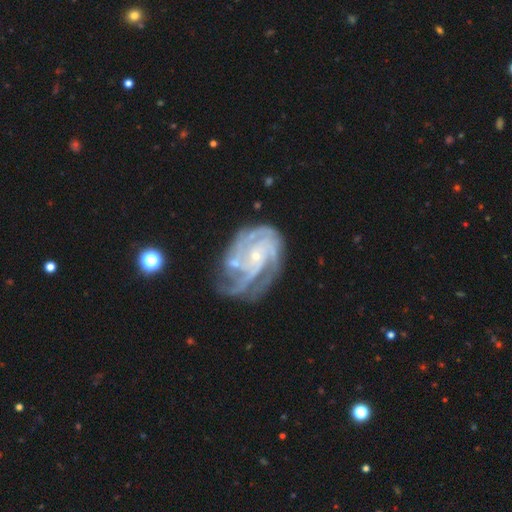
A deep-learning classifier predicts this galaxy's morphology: A featured or disk galaxy (90%) with no bar (68%), 3 (31%) tight (60%) spiral arms (98%) and a small central bulge (82%). Merging: none (53%).